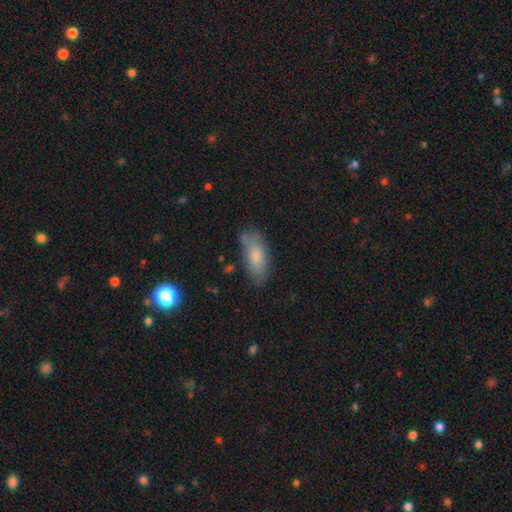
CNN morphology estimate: A smooth galaxy with no disk features (76%) that is in between round and cigar-shaped (80%). Merging: none (74%).